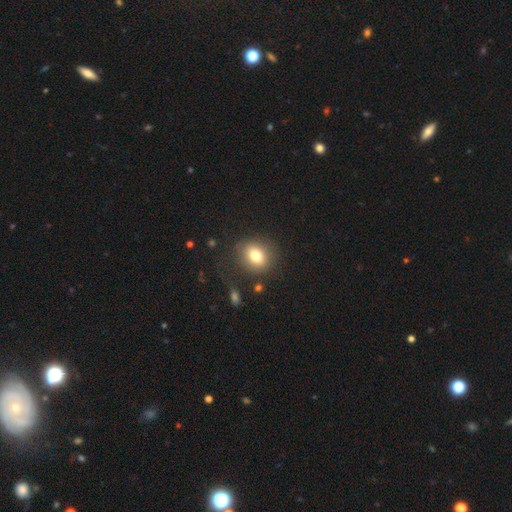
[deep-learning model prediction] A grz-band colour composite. It shows a smooth galaxy with no disk features (77%) that is round (62%). Merging: none (80%).